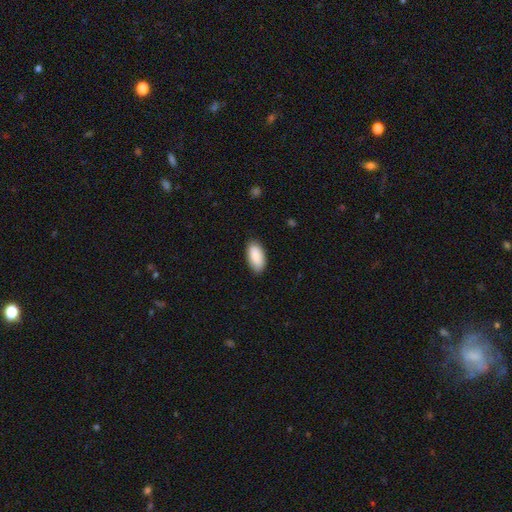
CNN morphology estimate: smooth 90%, star or artifact 6%, featured or disk 4%. Down the decision tree: how rounded — in between (94%); merging — none (85%).